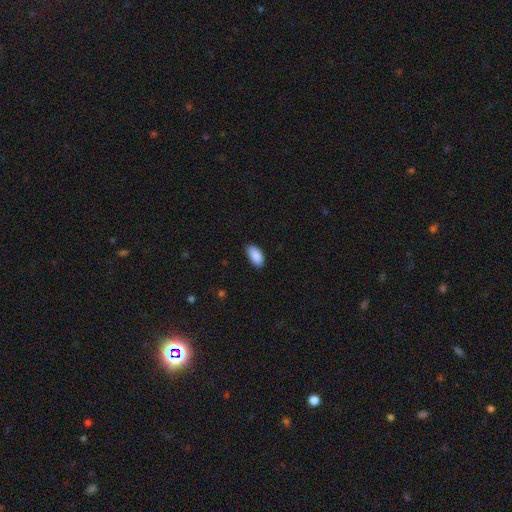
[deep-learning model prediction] This appears to be a smooth galaxy with no disk features (90%) that is in between round and cigar-shaped (94%). Merging: none (85%).